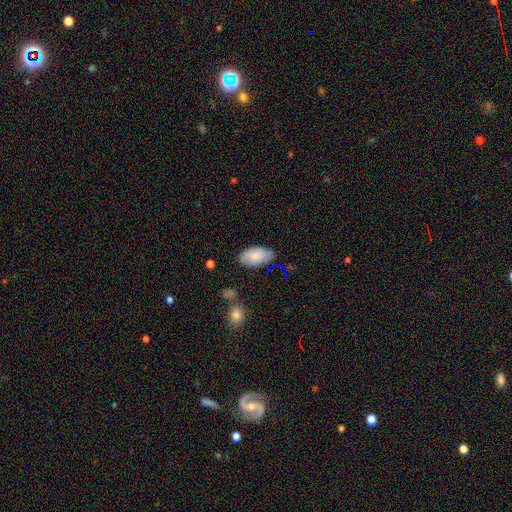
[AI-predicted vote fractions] A smooth galaxy with no disk features (78%) that is in between round and cigar-shaped (94%).

Vote fractions:
- Smooth or featured? smooth: 78% / featured or disk: 16% / star or artifact: 7%
- How rounded? in between: 94% / round: 4% / cigar-shaped: 2%
- Merging? none: 73% / minor disturbance: 21% / major disturbance: 4% / merger: 2%